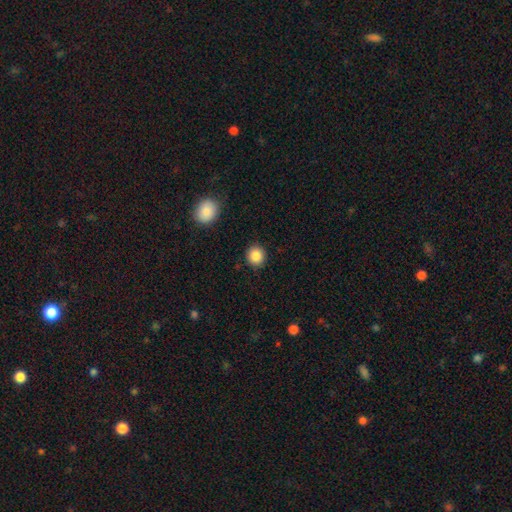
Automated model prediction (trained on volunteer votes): Morphology: type=smooth (87%); roundness=round (88%); merging=none (91%).